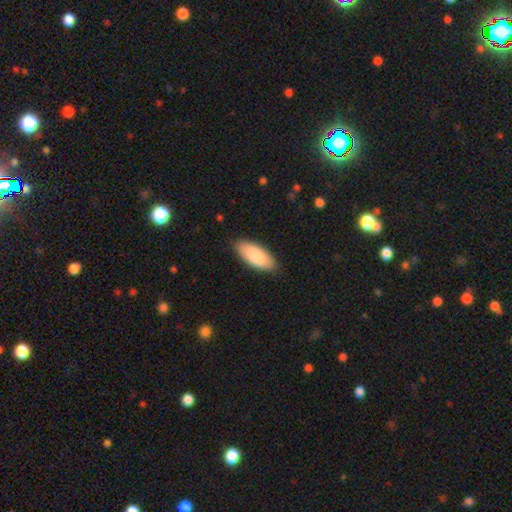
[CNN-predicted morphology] Smooth or featured? smooth (88%)
How rounded? in between (86%)
Merging? none (85%)